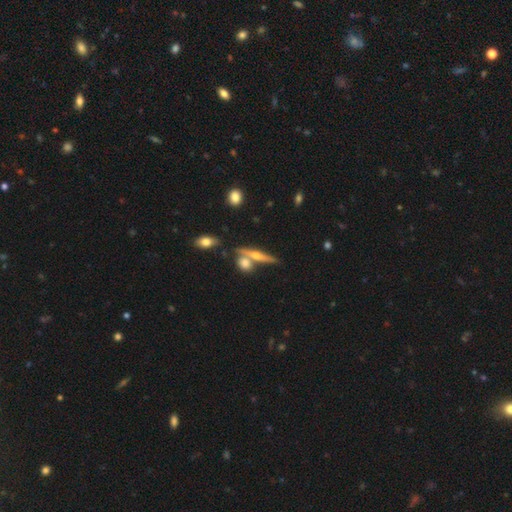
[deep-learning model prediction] Smooth or featured: featured or disk — 62% (smooth — 28%)
Edge-on disk: yes — 92% (no — 8%)
Edge-on bulge: rounded — 88% (none — 7%)
Merging: none — 59% (merger — 26%)